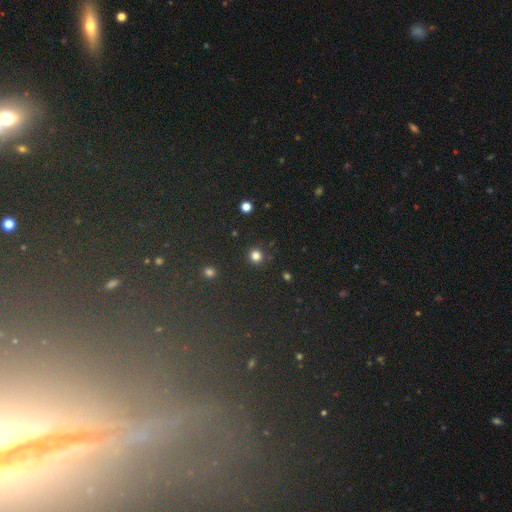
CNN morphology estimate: Smooth or featured? smooth (82%)
How rounded? round (92%)
Merging? none (90%)